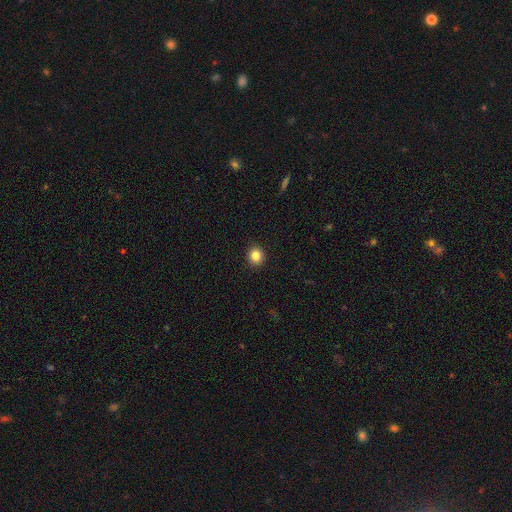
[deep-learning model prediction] Overall: smooth (84%). How rounded: round (86%). Merging: none (92%).